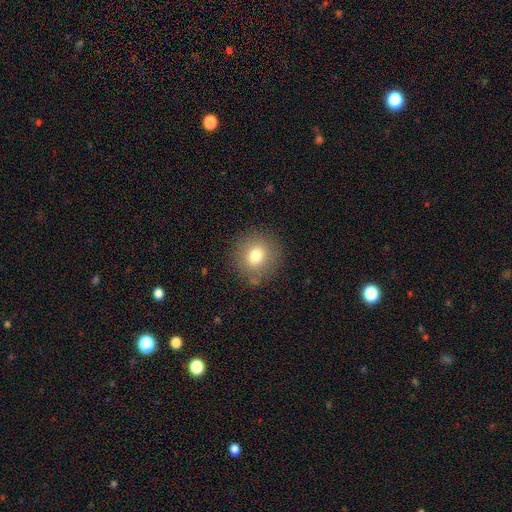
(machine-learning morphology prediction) smooth_or_featured: smooth (p=0.76) [alt: featured or disk p=0.12]
how_rounded: round (p=0.91) [alt: in between p=0.08]
merging: none (p=0.85) [alt: minor disturbance p=0.09]